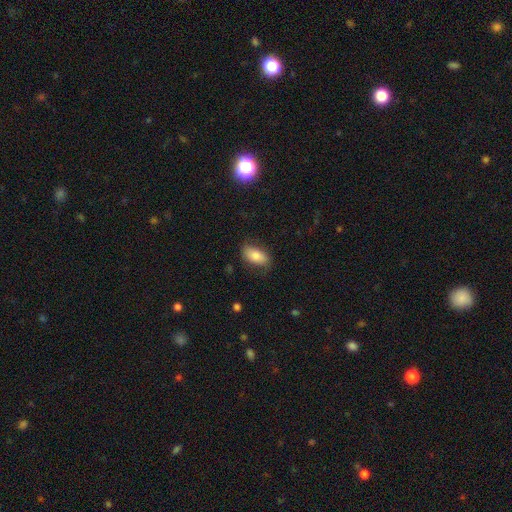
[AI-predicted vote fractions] A smooth galaxy with no disk features (80%) that is in between round and cigar-shaped (91%). Merging: none (76%).